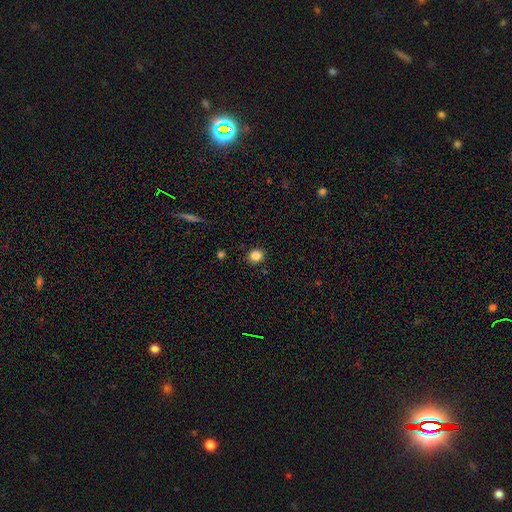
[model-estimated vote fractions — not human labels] Smooth or featured: smooth — 84% (star or artifact — 12%)
How rounded: round — 85% (in between — 14%)
Merging: none — 90% (minor disturbance — 7%)